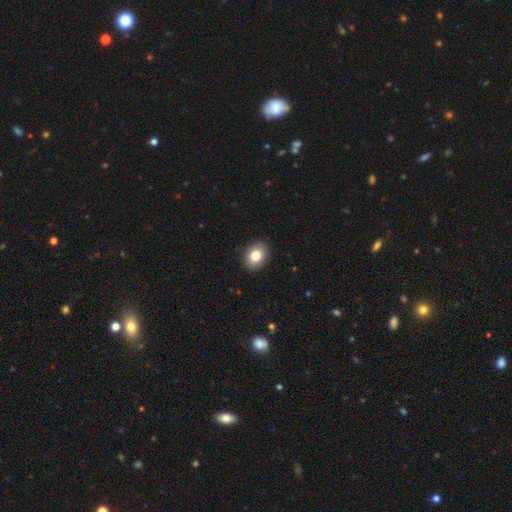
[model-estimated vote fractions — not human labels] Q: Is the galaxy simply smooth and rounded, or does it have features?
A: smooth — 81%.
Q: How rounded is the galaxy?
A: in between — 63%.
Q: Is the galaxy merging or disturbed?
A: none — 90%.